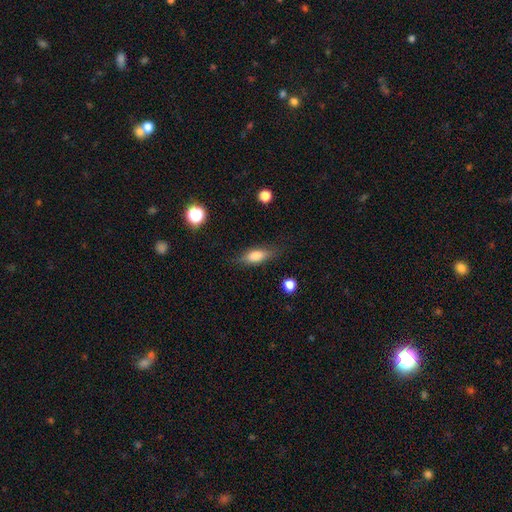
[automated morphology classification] A smooth galaxy with no disk features (67%) that is in between round and cigar-shaped (64%). Merging: none (76%).